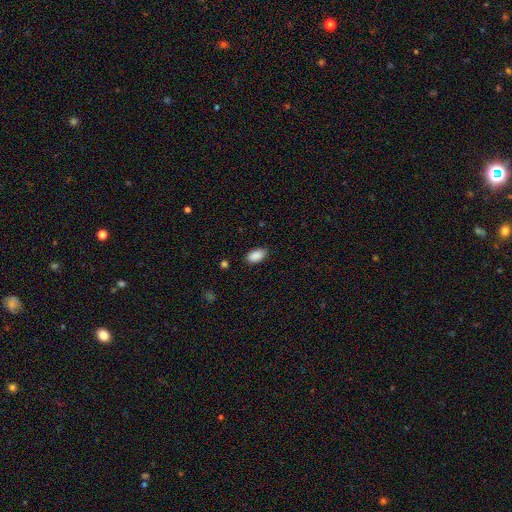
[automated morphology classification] Overall: smooth (90%). How rounded: in between (94%). Merging: none (85%).